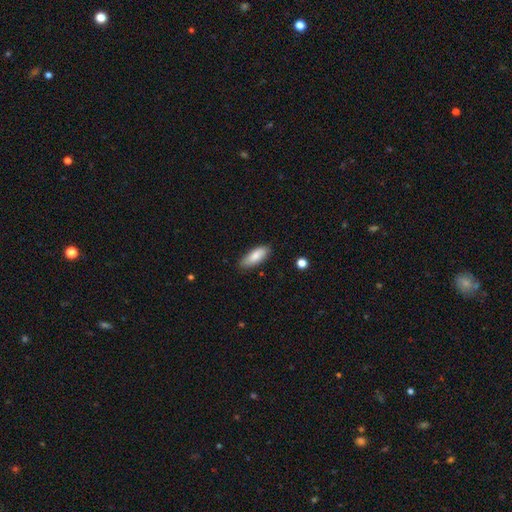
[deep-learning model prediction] Q: Smooth or featured?
A: smooth (83%); runner-up: featured or disk (11%)
Q: How rounded?
A: in between (72%); runner-up: cigar-shaped (27%)
Q: Merging?
A: none (83%); runner-up: minor disturbance (13%)